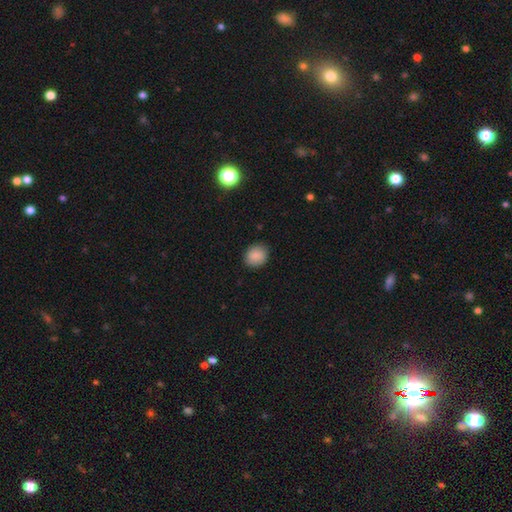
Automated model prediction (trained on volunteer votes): smooth-or-featured: smooth: 87% | star or artifact: 8% | featured or disk: 4%
  how-rounded: round: 67% | in between: 32% | cigar-shaped: 1%
  merging: none: 88% | minor disturbance: 9% | major disturbance: 2% | merger: 1%